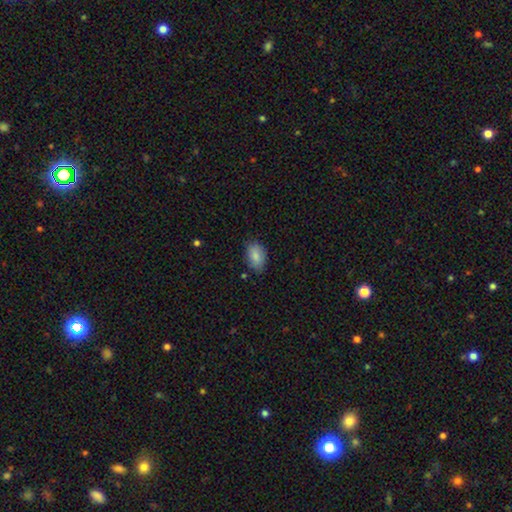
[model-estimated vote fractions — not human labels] Smooth or featured? smooth (86%)
How rounded? in between (89%)
Merging? none (77%)